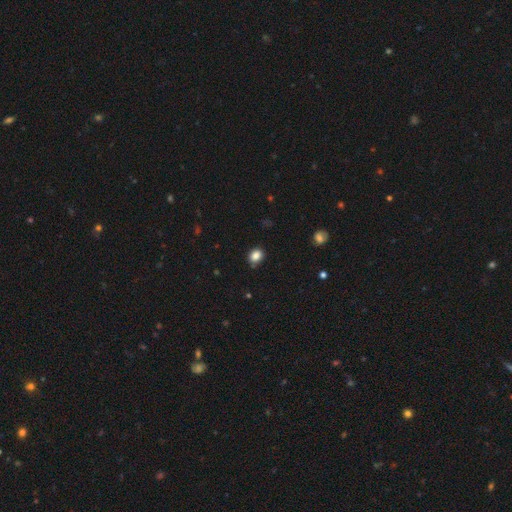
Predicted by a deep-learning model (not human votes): Smooth or featured?
  - smooth: 85% *
  - star or artifact: 10%
  - featured or disk: 4%
How rounded?
  - in between: 50% *
  - round: 49%
  - cigar-shaped: 1%
Merging?
  - none: 76% *
  - minor disturbance: 19%
  - major disturbance: 3%
  - merger: 2%